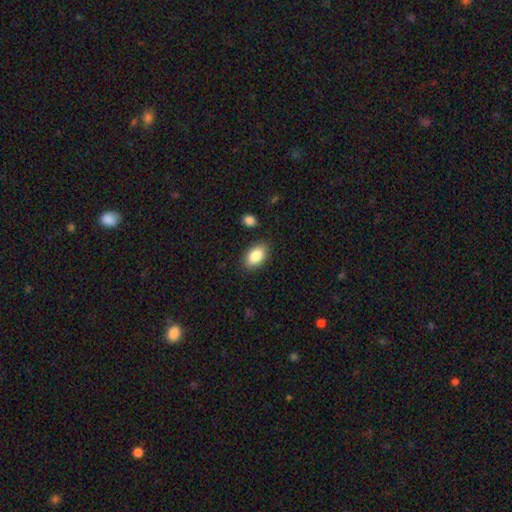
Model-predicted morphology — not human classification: Overall: smooth (86%). How rounded: in between (92%). Merging: none (86%).